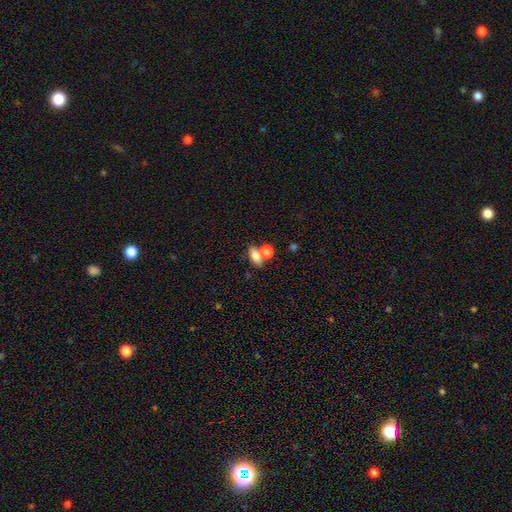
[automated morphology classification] smooth_or_featured: smooth (p=0.77) [alt: featured or disk p=0.13]
how_rounded: in between (p=0.79) [alt: round p=0.14]
merging: none (p=0.44) [alt: merger p=0.41]